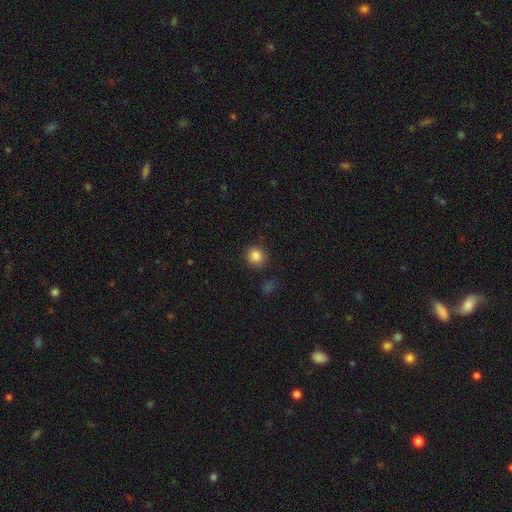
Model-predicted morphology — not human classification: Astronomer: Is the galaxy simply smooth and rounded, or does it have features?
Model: smooth — 86%.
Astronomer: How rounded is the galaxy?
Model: round — 89%.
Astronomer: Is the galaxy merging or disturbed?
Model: none — 86%.